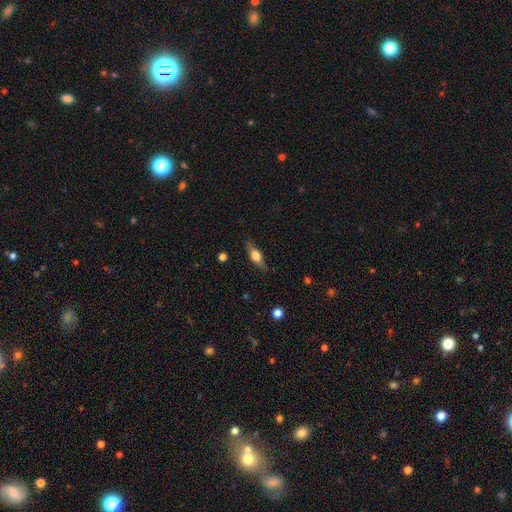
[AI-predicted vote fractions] Smooth or featured?
  - featured or disk: 53% *
  - smooth: 40%
  - star or artifact: 7%
Edge-on disk?
  - yes: 93% *
  - no: 7%
Merging?
  - none: 82% *
  - minor disturbance: 13%
  - major disturbance: 3%
  - merger: 1%